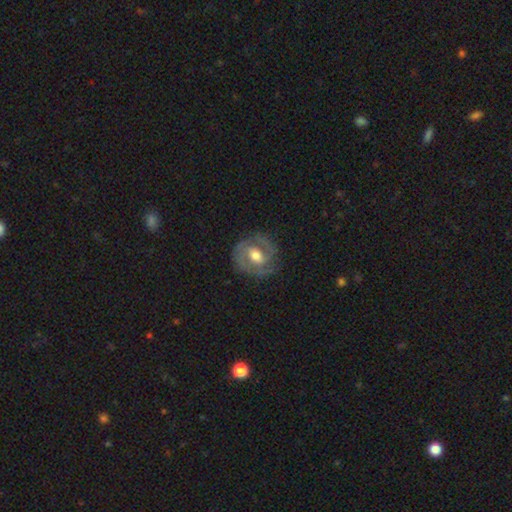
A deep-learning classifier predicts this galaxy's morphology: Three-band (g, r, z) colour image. It shows a featured or disk galaxy (73%) with a weak bar (43%), 2 (65%) tight (50%) spiral arms (78%) and a moderate central bulge (68%). Merging: none (75%).